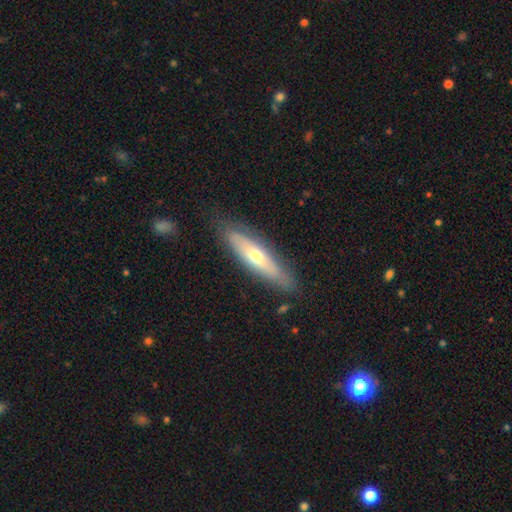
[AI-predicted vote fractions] The model was most divided on "smooth or featured": featured or disk: 48%, smooth: 46%, star or artifact: 6%. More confident: merging — none (80%).